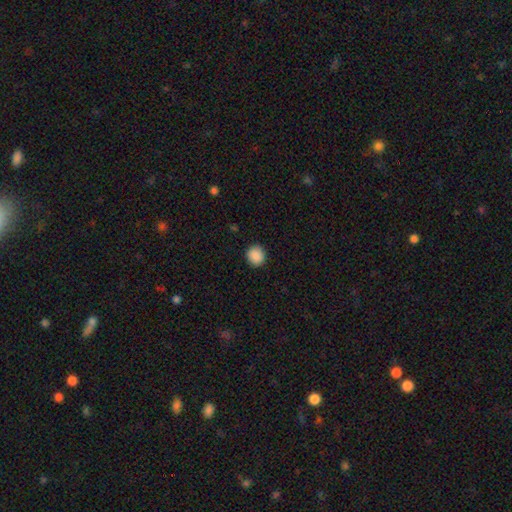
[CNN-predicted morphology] Q: Smooth or featured?
A: smooth (90%); runner-up: star or artifact (8%)
Q: How rounded?
A: round (88%); runner-up: in between (11%)
Q: Merging?
A: none (91%); runner-up: minor disturbance (6%)